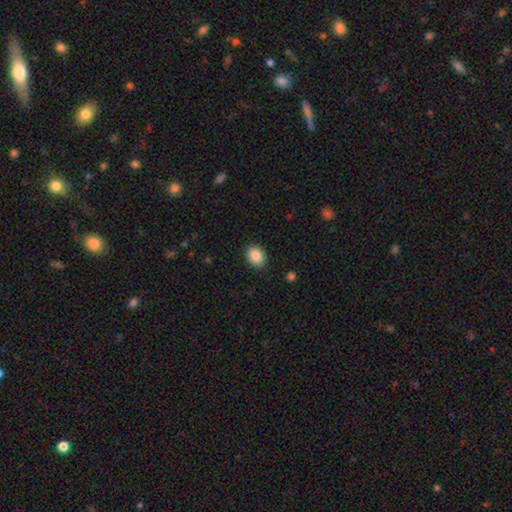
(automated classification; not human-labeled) Morphology: type=smooth (88%); roundness=in between (62%); merging=none (89%).